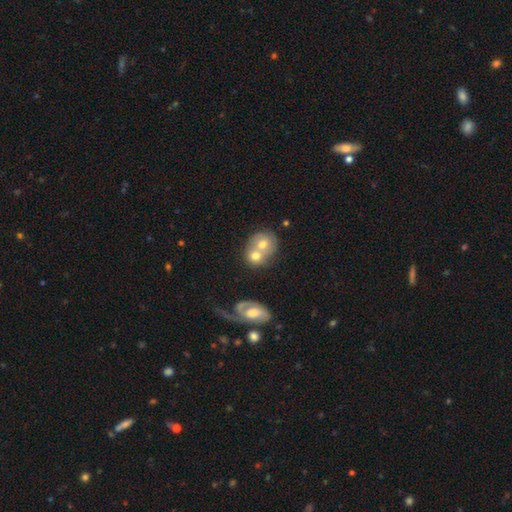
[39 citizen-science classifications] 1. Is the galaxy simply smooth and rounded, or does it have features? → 62% smooth, 33% featured or disk, 5% star or artifact.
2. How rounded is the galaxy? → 62% round, 38% in between, 0% cigar-shaped.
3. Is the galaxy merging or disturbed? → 70% merger, 19% none, 8% minor disturbance, 3% major disturbance.